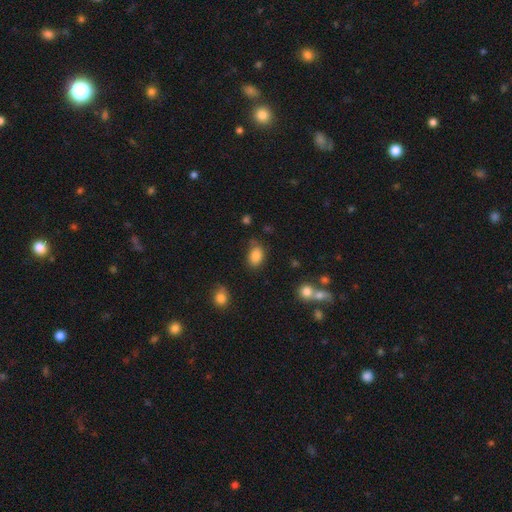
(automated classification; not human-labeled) Smooth or featured?
  - smooth: 84% *
  - star or artifact: 9%
  - featured or disk: 6%
How rounded?
  - in between: 83% *
  - round: 16%
  - cigar-shaped: 1%
Merging?
  - none: 70% *
  - minor disturbance: 22%
  - major disturbance: 5%
  - merger: 3%